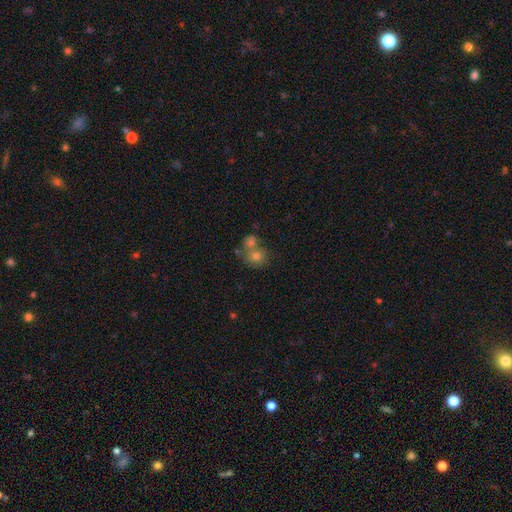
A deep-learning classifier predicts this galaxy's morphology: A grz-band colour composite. It shows a smooth galaxy with no disk features (69%) that is round (80%). Merging: merger (45%).